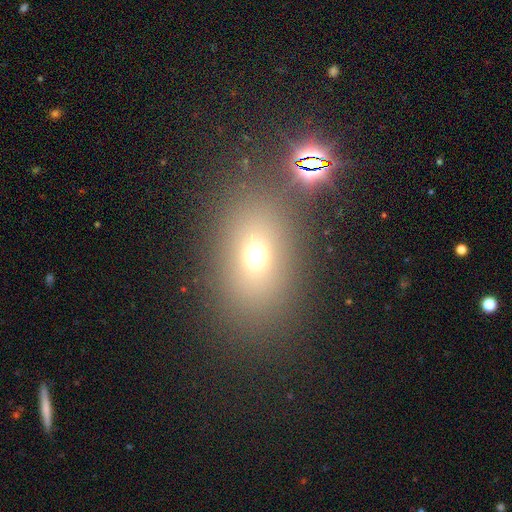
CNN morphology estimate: This appears to be a smooth galaxy with no disk features (63%) that is in between round and cigar-shaped (69%). Merging: none (78%).